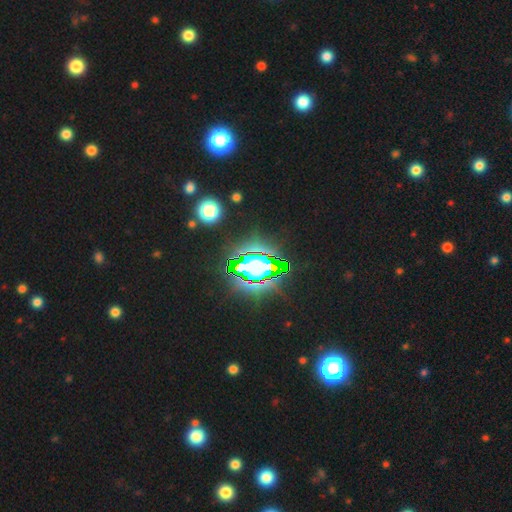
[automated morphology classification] Smooth or featured? star or artifact (81%)